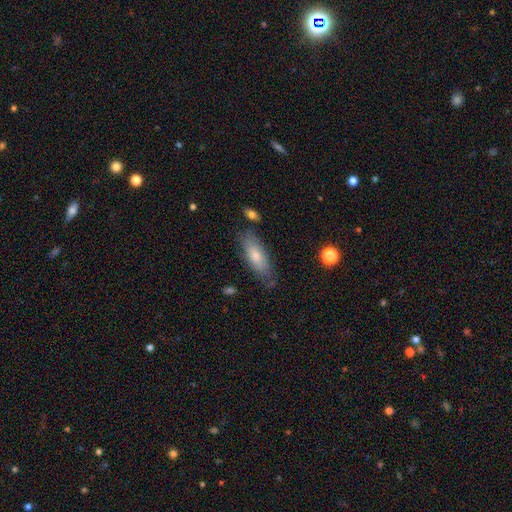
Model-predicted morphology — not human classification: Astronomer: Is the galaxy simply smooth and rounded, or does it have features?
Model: smooth — 72%.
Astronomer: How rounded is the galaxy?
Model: in between — 69%.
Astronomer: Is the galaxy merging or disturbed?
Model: none — 71%.